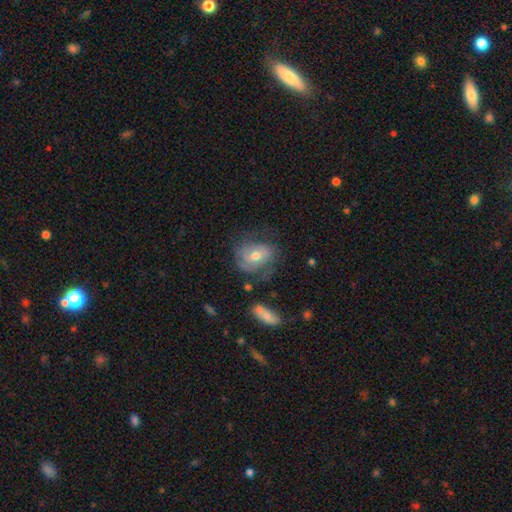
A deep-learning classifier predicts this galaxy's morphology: type=featured or disk (58%); edge-on=no (95%); bar=no (66%); spiral arms=yes (69%); bulge=moderate (67%); merging=none (50%).